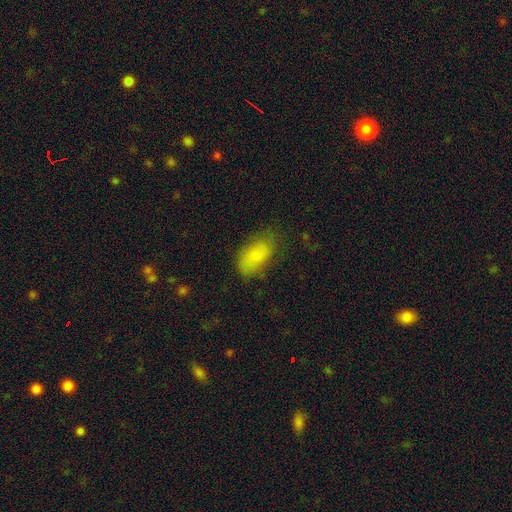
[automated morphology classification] The model was most divided on "merging": none: 66%, minor disturbance: 23%, major disturbance: 9%, merger: 2%. More confident: how rounded — in between (92%); smooth or featured — smooth (81%).